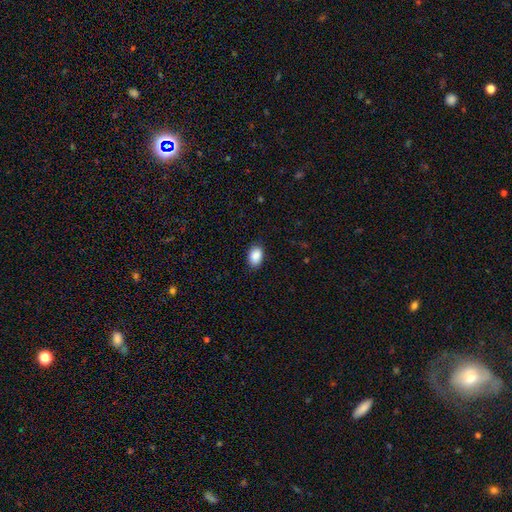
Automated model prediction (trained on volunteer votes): smooth 90%, star or artifact 7%, featured or disk 3%. Down the decision tree: how rounded — in between (86%); merging — none (87%).